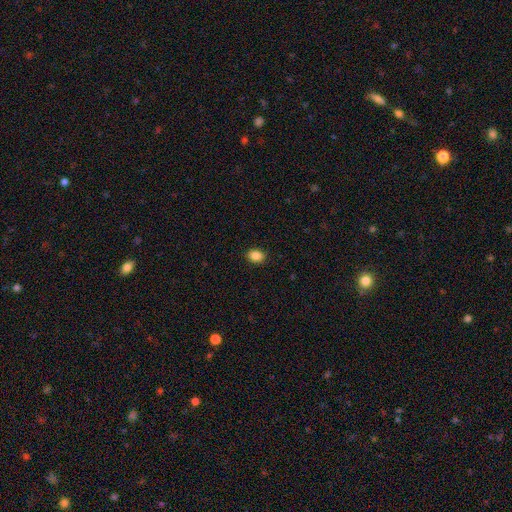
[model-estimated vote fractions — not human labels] Smooth or featured? smooth (88%)
How rounded? in between (67%)
Merging? none (90%)